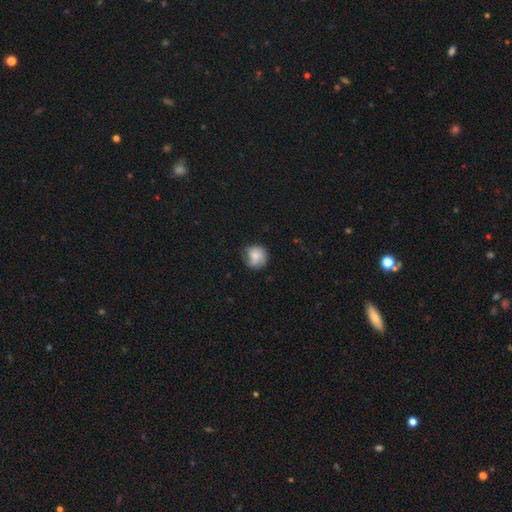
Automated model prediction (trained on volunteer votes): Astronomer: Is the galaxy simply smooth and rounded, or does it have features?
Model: smooth — 66%.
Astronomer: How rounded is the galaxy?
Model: round — 83%.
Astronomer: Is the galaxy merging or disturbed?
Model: none — 63%.